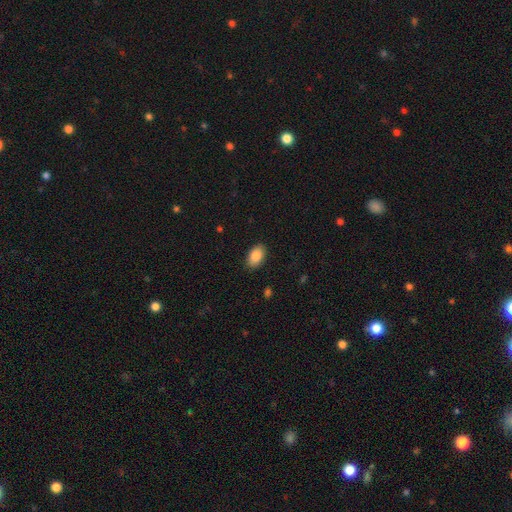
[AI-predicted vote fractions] This appears to be a smooth galaxy with no disk features (88%) that is in between round and cigar-shaped (91%). Merging: none (88%).